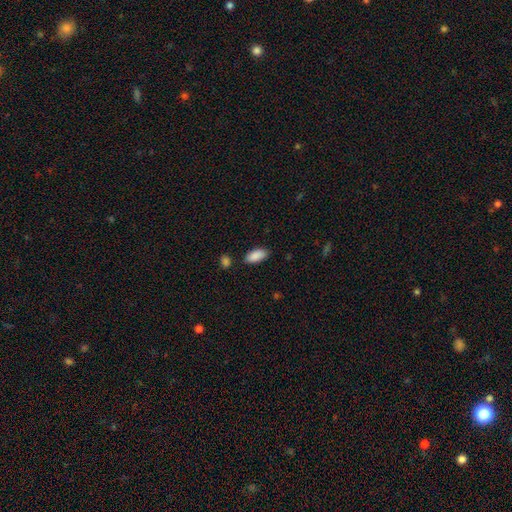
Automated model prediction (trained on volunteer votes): This is clearly a smooth galaxy (90%). How rounded: clearly in between (90%). Merging: clearly none (81%).